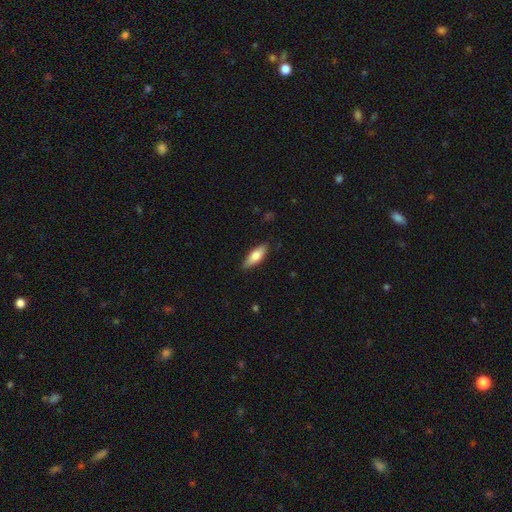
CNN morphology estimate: type=smooth (72%); roundness=in between (62%); merging=none (86%).